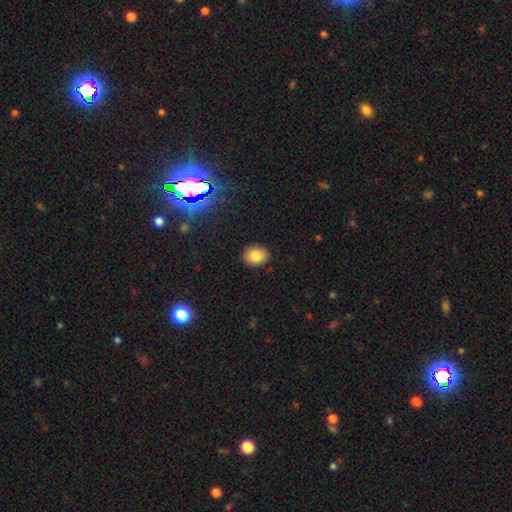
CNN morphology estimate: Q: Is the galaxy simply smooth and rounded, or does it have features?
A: smooth — 83%.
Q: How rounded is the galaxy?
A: in between — 55%.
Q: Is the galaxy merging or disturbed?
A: none — 89%.